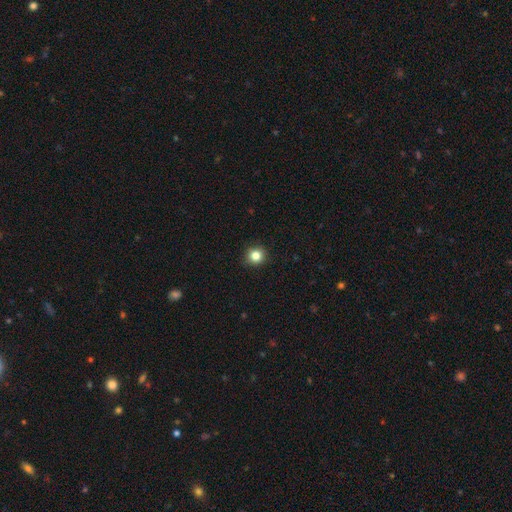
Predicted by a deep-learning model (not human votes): Smooth or featured: smooth — 83% (star or artifact — 12%)
How rounded: round — 92% (in between — 7%)
Merging: none — 92% (minor disturbance — 6%)